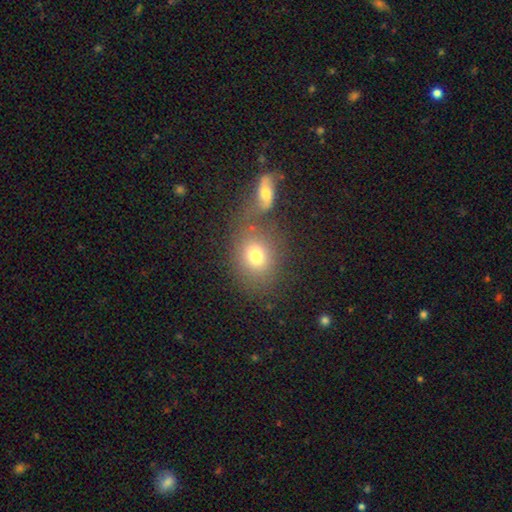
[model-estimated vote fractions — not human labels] Overall: smooth (74%). How rounded: round (53%; in between 46%). Merging: none (53%; merger 30%).